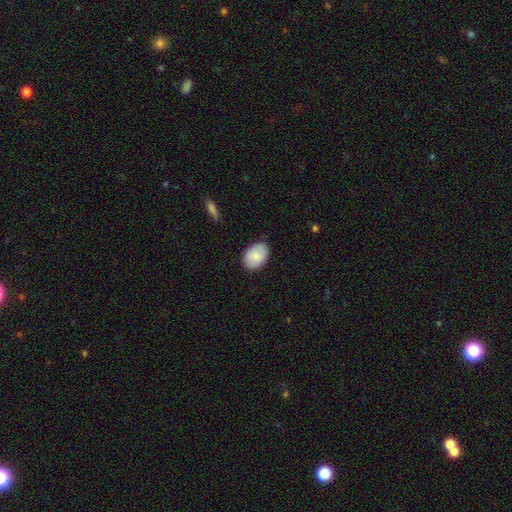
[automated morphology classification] Smooth or featured: smooth — 84% (featured or disk — 10%)
How rounded: in between — 84% (round — 15%)
Merging: none — 83% (minor disturbance — 14%)